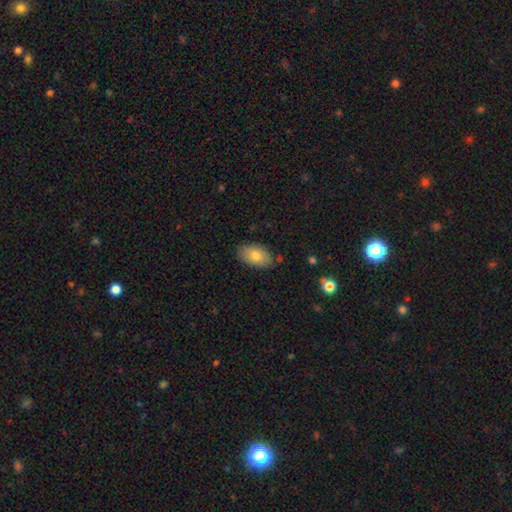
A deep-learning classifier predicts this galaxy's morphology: A smooth galaxy with no disk features (79%) that is in between round and cigar-shaped (92%). Merging: none (83%).